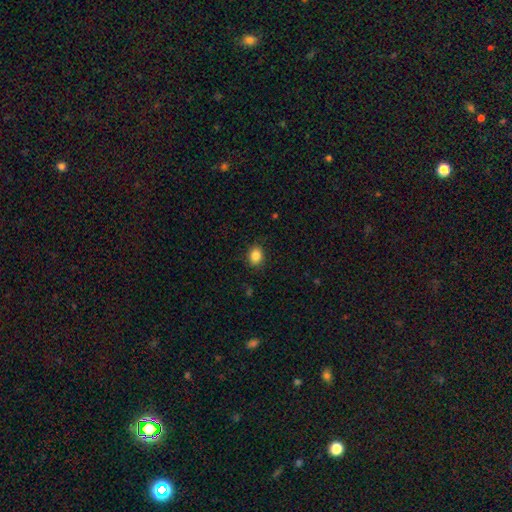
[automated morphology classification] smooth 86%, star or artifact 9%, featured or disk 5%. Down the decision tree: how rounded — in between (58%); merging — none (86%).